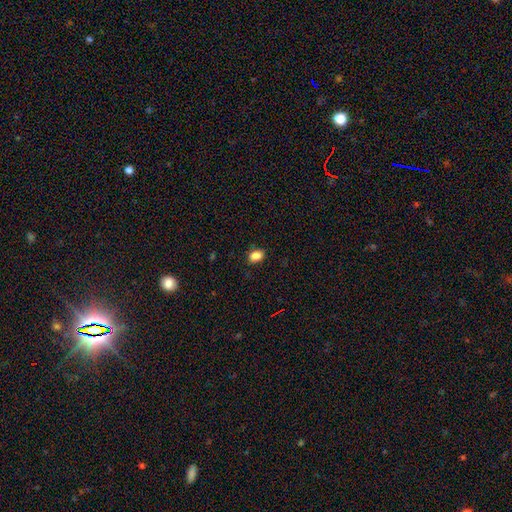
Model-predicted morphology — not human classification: The model was most divided on "how rounded": in between: 76%, round: 22%, cigar-shaped: 1%. More confident: smooth or featured — smooth (86%); merging — none (83%).